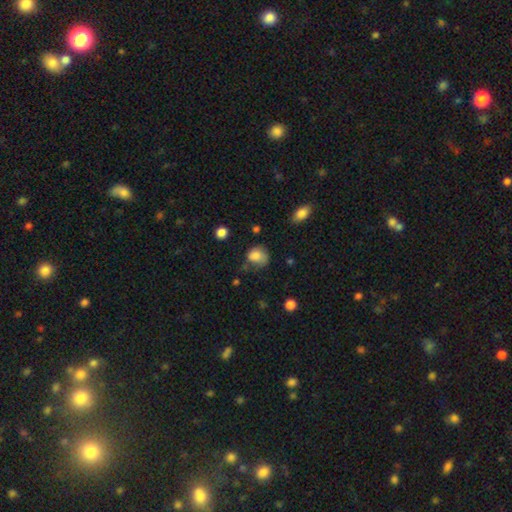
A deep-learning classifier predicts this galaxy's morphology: This appears to be a smooth galaxy with no disk features (81%) that is round (61%). Merging: none (47%).